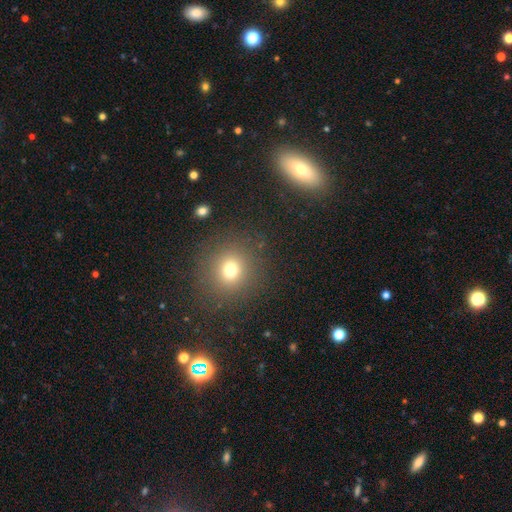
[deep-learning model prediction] Smooth or featured? smooth (53%)
How rounded? round (84%)
Merging? none (88%)